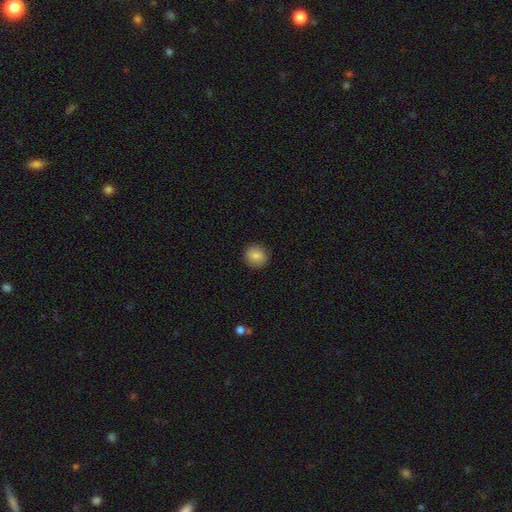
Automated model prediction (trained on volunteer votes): This appears to be a smooth galaxy with no disk features (85%) that is round (91%). Merging: none (91%).